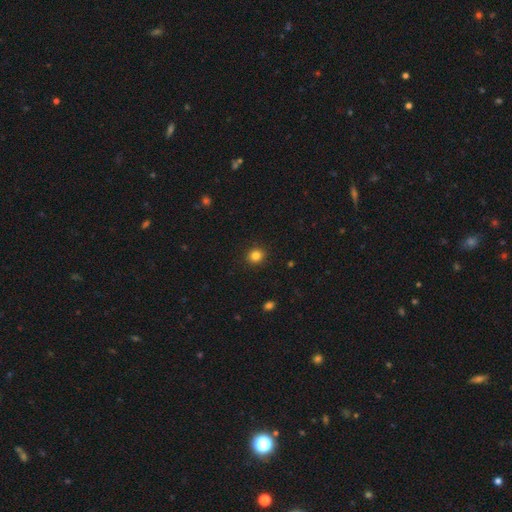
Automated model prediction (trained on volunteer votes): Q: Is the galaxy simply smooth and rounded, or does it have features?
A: smooth — 83%.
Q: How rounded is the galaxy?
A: round — 86%.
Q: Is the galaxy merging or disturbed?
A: none — 91%.